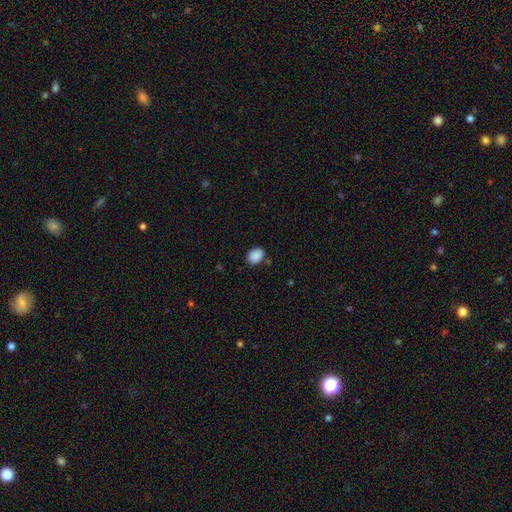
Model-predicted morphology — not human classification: Smooth or featured? Predicted: smooth (p=0.89). How rounded? Predicted: in between (p=0.65). Merging? Predicted: none (p=0.81).